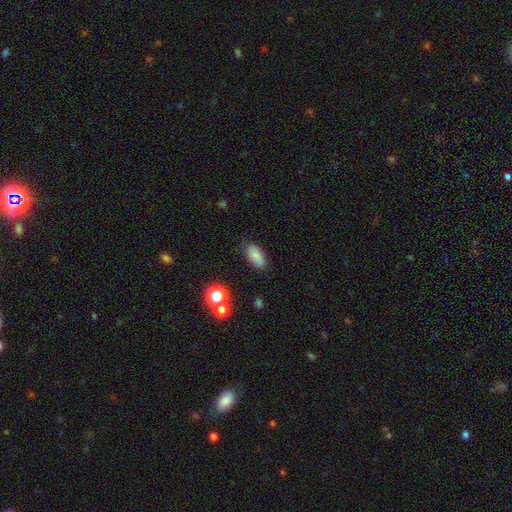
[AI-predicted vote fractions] Smooth or featured? Predicted: smooth (p=0.84). How rounded? Predicted: in between (p=0.88). Merging? Predicted: none (p=0.82).